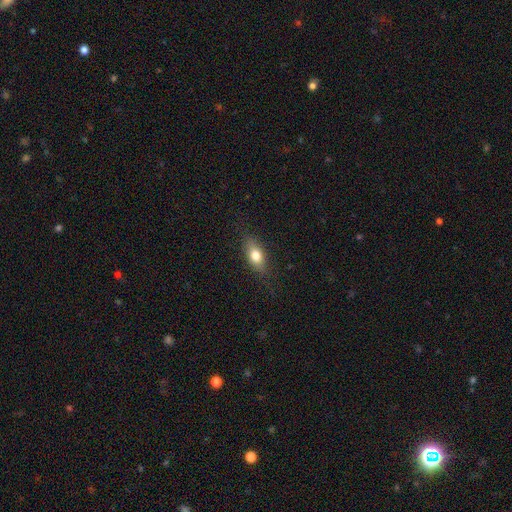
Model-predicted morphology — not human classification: smooth 74%, featured or disk 18%, star or artifact 8%. Down the decision tree: how rounded — in between (78%); merging — none (82%).